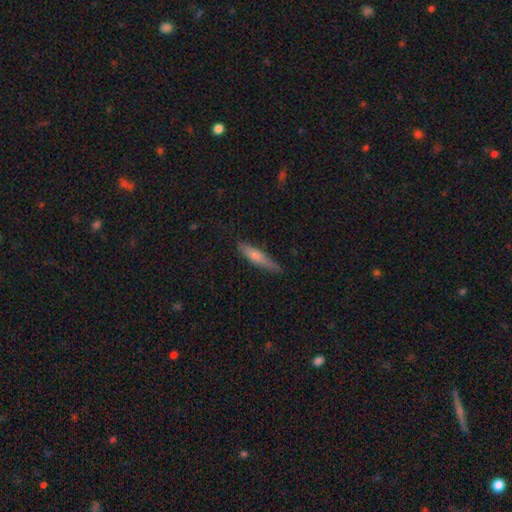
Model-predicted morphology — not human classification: Overall: smooth (68%). How rounded: cigar-shaped (83%). Merging: none (76%).